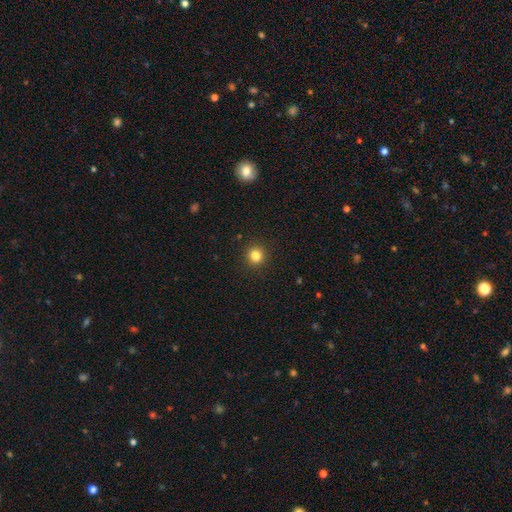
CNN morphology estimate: A smooth galaxy with no disk features (83%) that is round (92%). Merging: none (92%).